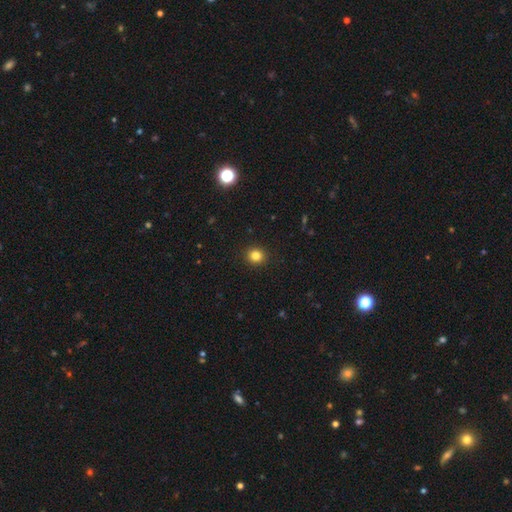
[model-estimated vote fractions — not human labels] Smooth or featured?
  - smooth: 83% *
  - star or artifact: 13%
  - featured or disk: 5%
How rounded?
  - round: 89% *
  - in between: 10%
  - cigar-shaped: 1%
Merging?
  - none: 92% *
  - minor disturbance: 5%
  - major disturbance: 2%
  - merger: 1%